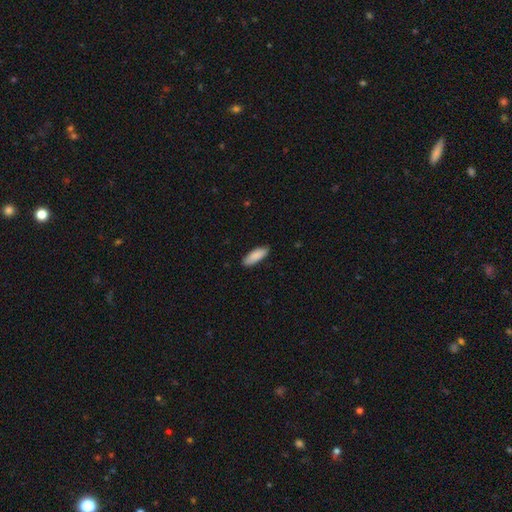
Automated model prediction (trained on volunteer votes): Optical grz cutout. It shows a smooth galaxy with no disk features (89%) that is in between round and cigar-shaped (66%). Merging: none (86%).